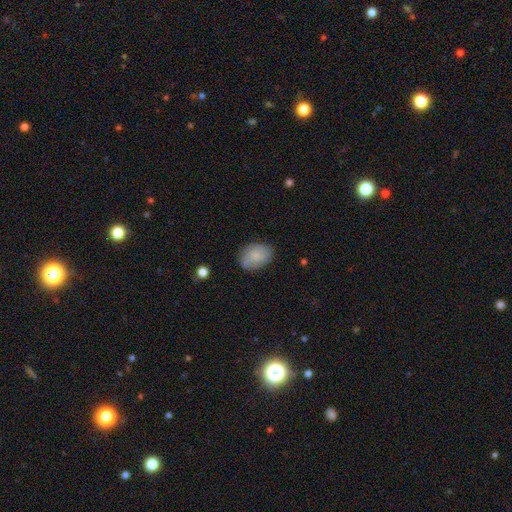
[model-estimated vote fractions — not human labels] Smooth or featured: smooth — 75% (featured or disk — 18%)
How rounded: in between — 75% (round — 24%)
Merging: none — 74% (minor disturbance — 20%)